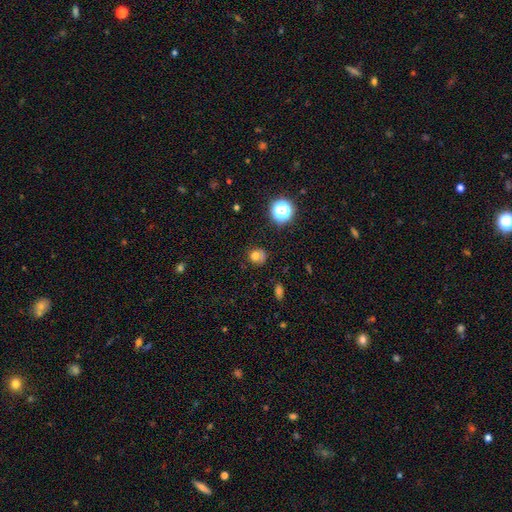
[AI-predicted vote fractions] A smooth galaxy with no disk features (71%) that is round (78%).

Vote fractions:
- Smooth or featured? smooth: 71% / star or artifact: 16% / featured or disk: 13%
- How rounded? round: 78% / in between: 21% / cigar-shaped: 1%
- Merging? none: 58% / minor disturbance: 24% / major disturbance: 12% / merger: 6%